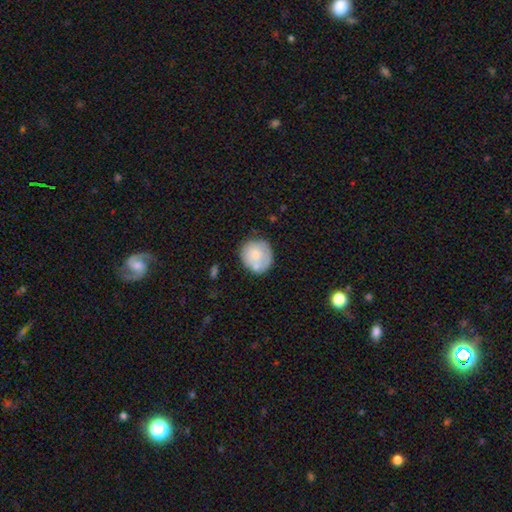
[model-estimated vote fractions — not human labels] This appears to be a smooth galaxy with no disk features (71%) that is round (89%). Merging: none (64%).